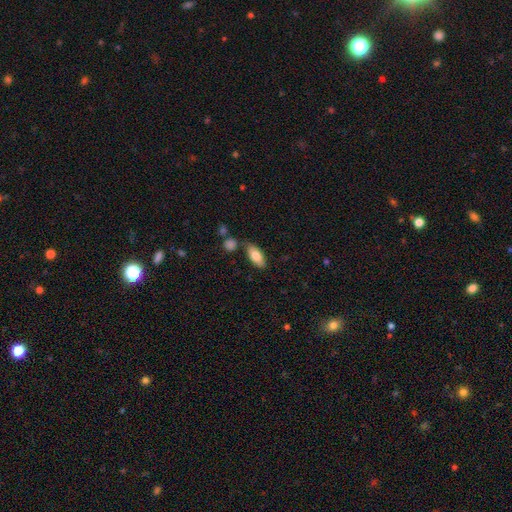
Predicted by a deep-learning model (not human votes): A smooth galaxy with no disk features (79%) that is in between round and cigar-shaped (86%).

Vote fractions:
- Smooth or featured? smooth: 79% / featured or disk: 15% / star or artifact: 6%
- How rounded? in between: 86% / cigar-shaped: 11% / round: 2%
- Merging? none: 77% / minor disturbance: 13% / merger: 7% / major disturbance: 3%